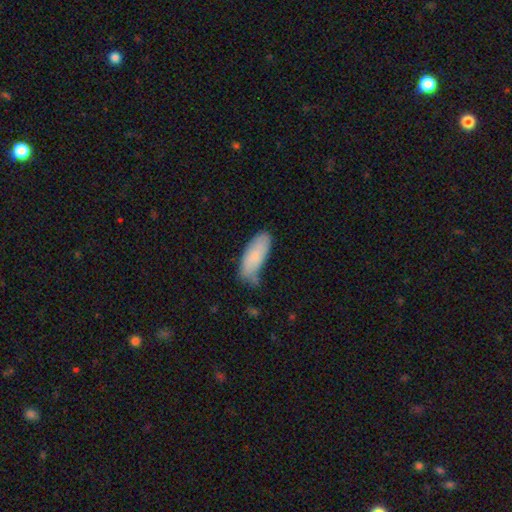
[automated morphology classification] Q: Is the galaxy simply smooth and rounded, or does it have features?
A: smooth — 82%.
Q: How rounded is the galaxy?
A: in between — 77%.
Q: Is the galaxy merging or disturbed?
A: none — 54%.